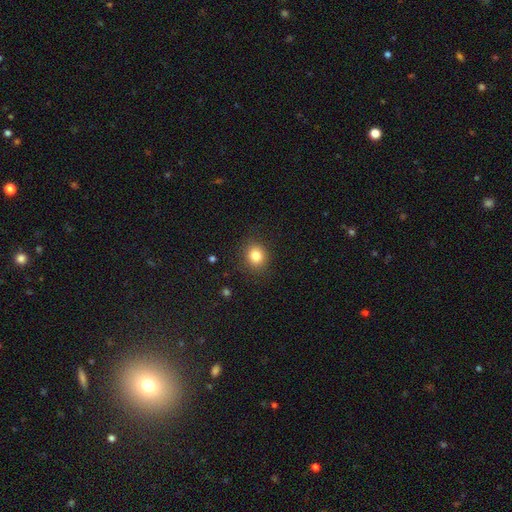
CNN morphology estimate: smooth_or_featured: smooth (p=0.82) [alt: star or artifact p=0.11]
how_rounded: round (p=0.76) [alt: in between p=0.23]
merging: none (p=0.88) [alt: minor disturbance p=0.08]